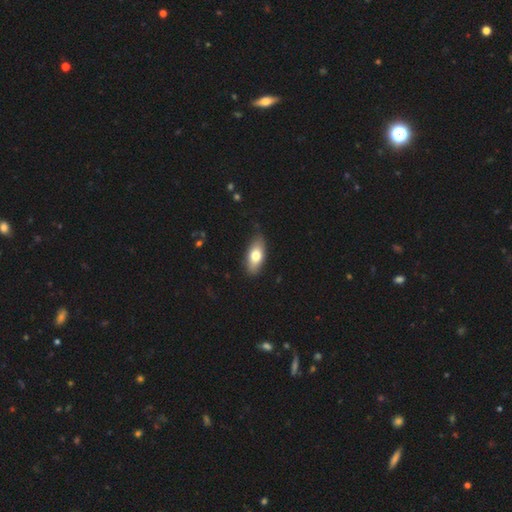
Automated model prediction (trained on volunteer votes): Smooth or featured? smooth (73%)
How rounded? in between (84%)
Merging? none (83%)